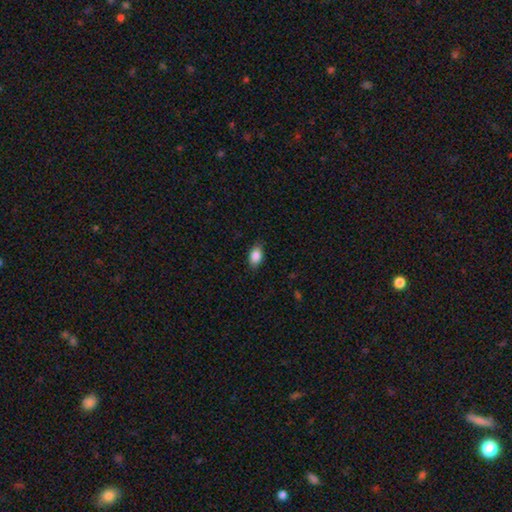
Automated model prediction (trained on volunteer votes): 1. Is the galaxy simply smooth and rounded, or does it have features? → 88% smooth, 8% star or artifact, 5% featured or disk.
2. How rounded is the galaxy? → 89% in between, 9% round, 2% cigar-shaped.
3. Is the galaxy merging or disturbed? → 85% none, 12% minor disturbance, 3% major disturbance, 1% merger.